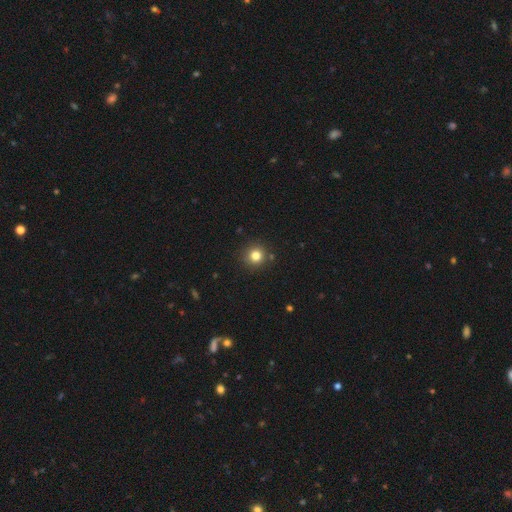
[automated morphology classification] smooth-or-featured: smooth: 81% | star or artifact: 13% | featured or disk: 6%
  how-rounded: round: 94% | in between: 5% | cigar-shaped: 1%
  merging: none: 88% | minor disturbance: 7% | merger: 3% | major disturbance: 2%